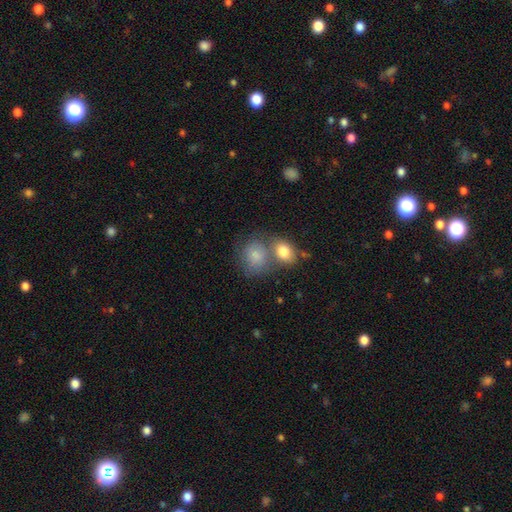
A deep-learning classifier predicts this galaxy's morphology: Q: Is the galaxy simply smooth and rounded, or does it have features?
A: smooth — 79%.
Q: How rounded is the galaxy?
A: round — 62%.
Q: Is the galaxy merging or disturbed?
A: merger — 43%.